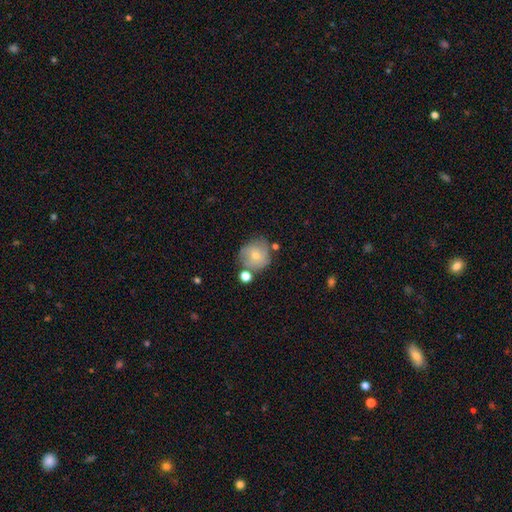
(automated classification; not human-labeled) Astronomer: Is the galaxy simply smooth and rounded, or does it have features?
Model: smooth — 61%.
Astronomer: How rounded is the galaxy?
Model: round — 87%.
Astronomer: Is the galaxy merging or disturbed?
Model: none — 59%.